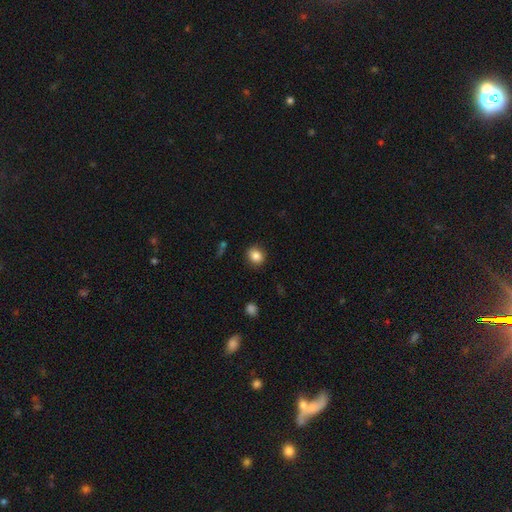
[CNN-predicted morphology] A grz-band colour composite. It shows a smooth galaxy with no disk features (85%) that is round (73%). Merging: none (87%).